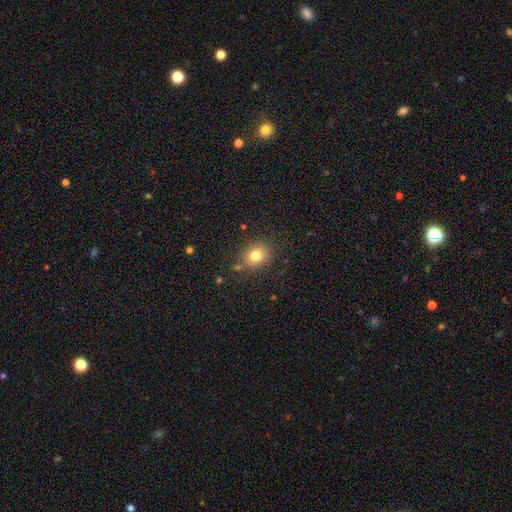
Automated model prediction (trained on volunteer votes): smooth-or-featured: smooth: 78% | star or artifact: 13% | featured or disk: 9%
  how-rounded: round: 61% | in between: 38% | cigar-shaped: 1%
  merging: none: 83% | minor disturbance: 11% | merger: 3% | major disturbance: 3%